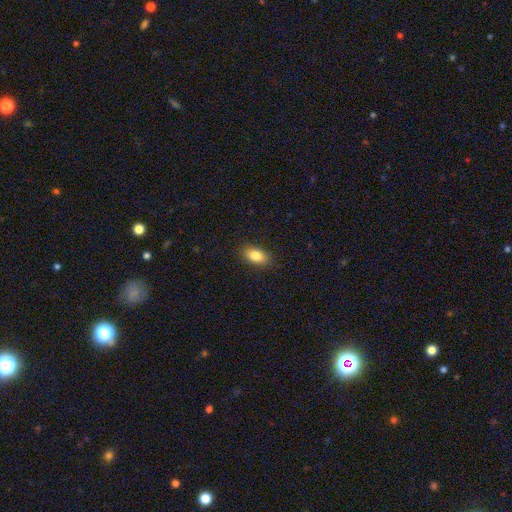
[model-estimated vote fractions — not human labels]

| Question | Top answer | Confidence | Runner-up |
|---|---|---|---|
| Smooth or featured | smooth | 83% | featured or disk (9%) |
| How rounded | in between | 88% | round (7%) |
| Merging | none | 87% | minor disturbance (10%) |